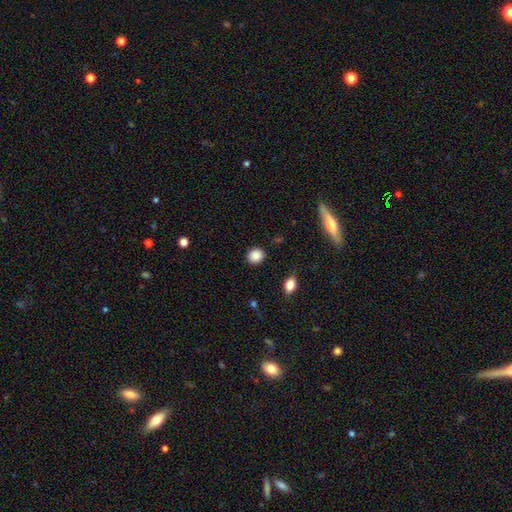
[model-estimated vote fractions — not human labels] smooth_or_featured: smooth (p=0.86) [alt: star or artifact p=0.09]
how_rounded: round (p=0.80) [alt: in between p=0.19]
merging: none (p=0.89) [alt: minor disturbance p=0.07]